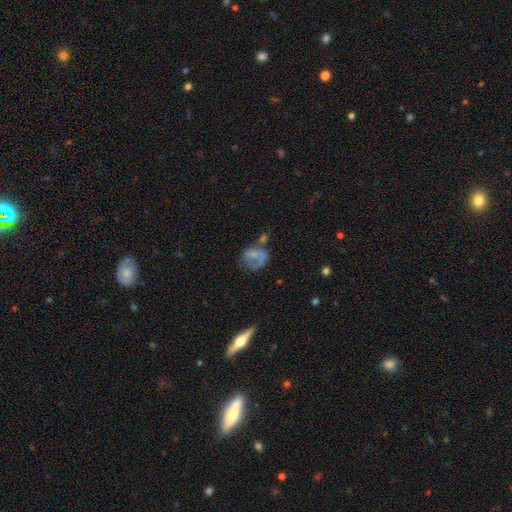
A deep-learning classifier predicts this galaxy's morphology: Overall: smooth (54%; featured or disk 34%). How rounded: round (50%; in between 49%). Merging: none (34%; major disturbance 31%).